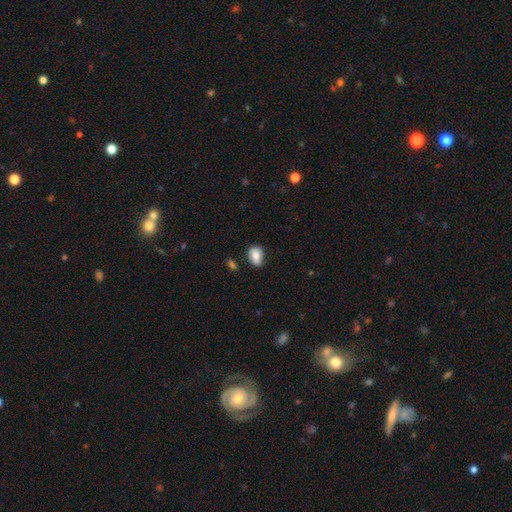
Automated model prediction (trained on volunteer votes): Smooth or featured? smooth (79%)
How rounded? in between (68%)
Merging? none (64%)